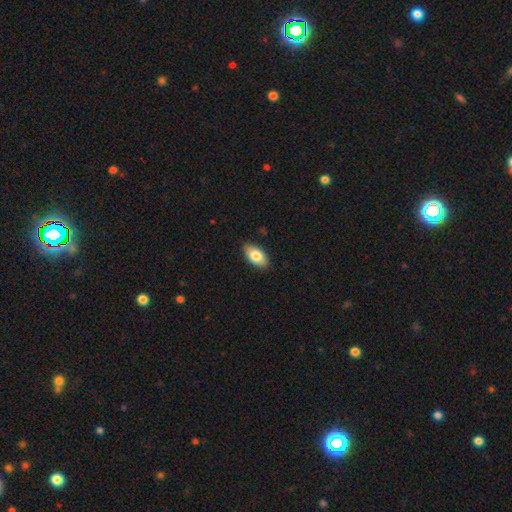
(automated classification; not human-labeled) The model was most divided on "smooth or featured": smooth: 81%, featured or disk: 13%, star or artifact: 6%. More confident: how rounded — in between (94%); merging — none (88%).